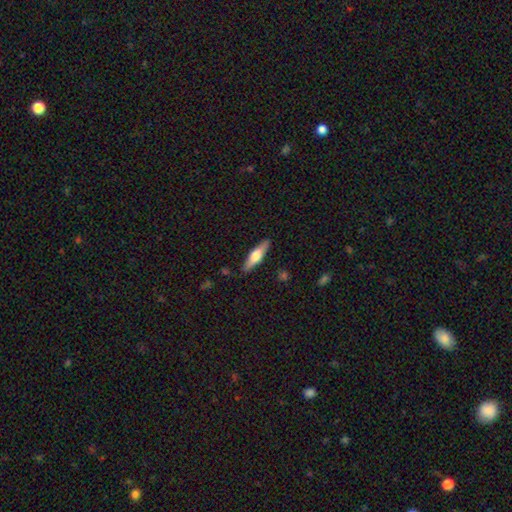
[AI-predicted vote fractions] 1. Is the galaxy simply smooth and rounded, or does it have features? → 47% featured or disk (tied), 47% smooth (tied), 6% star or artifact.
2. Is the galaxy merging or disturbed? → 87% none, 9% minor disturbance, 2% major disturbance, 1% merger.